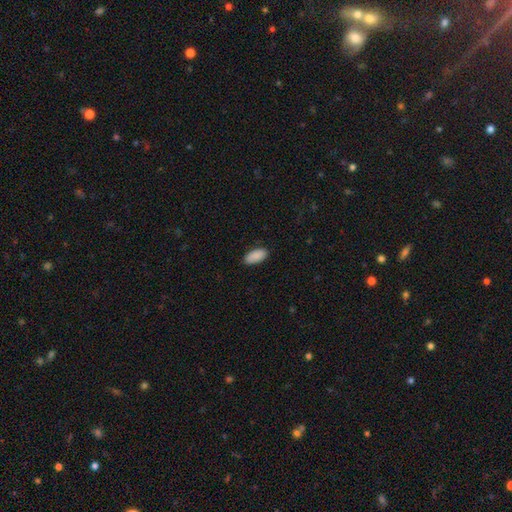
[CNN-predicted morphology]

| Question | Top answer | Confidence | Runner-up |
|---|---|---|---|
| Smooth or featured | smooth | 90% | star or artifact (6%) |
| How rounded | in between | 92% | cigar-shaped (6%) |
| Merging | none | 88% | minor disturbance (9%) |